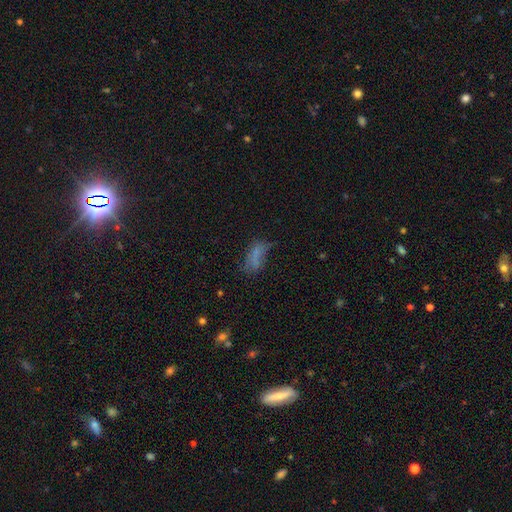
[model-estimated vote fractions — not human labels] Smooth or featured: smooth — 59% (featured or disk — 24%)
How rounded: in between — 81% (cigar-shaped — 15%)
Merging: none — 36% (major disturbance — 29%)